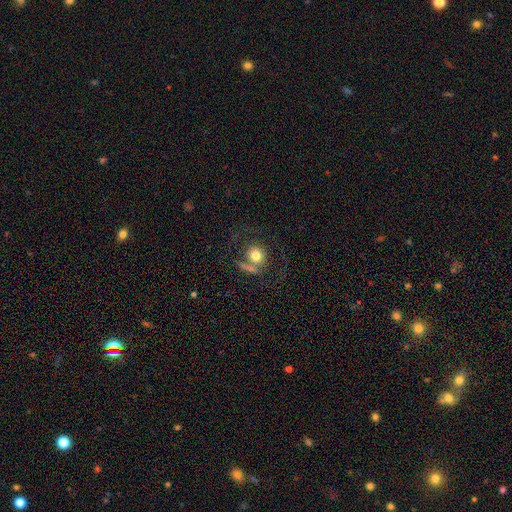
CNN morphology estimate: smooth-or-featured: smooth: 66% | featured or disk: 24% | star or artifact: 10%
  how-rounded: round: 79% | in between: 19% | cigar-shaped: 2%
  merging: none: 49% | merger: 20% | major disturbance: 16% | minor disturbance: 15%